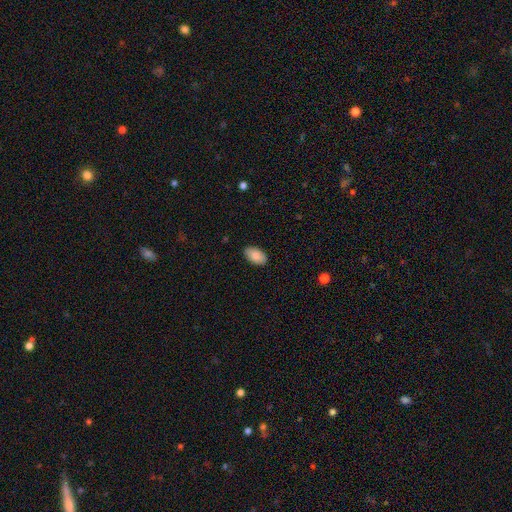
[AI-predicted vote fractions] A smooth galaxy with no disk features (87%) that is in between round and cigar-shaped (94%).

Vote fractions:
- Smooth or featured? smooth: 87% / featured or disk: 6% / star or artifact: 6%
- How rounded? in between: 94% / round: 4% / cigar-shaped: 1%
- Merging? none: 88% / minor disturbance: 9% / major disturbance: 2% / merger: 1%